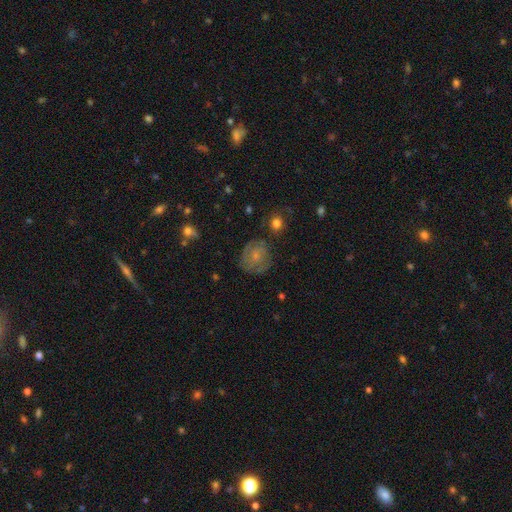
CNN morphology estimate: Q: Smooth or featured?
A: featured or disk (57%); runner-up: smooth (34%)
Q: Edge-on disk?
A: no (97%); runner-up: yes (3%)
Q: Bar?
A: no (72%); runner-up: weak (24%)
Q: Spiral arms?
A: yes (81%); runner-up: no (19%)
Q: Bulge size?
A: small (67%); runner-up: moderate (21%)
Q: Merging?
A: none (73%); runner-up: minor disturbance (17%)